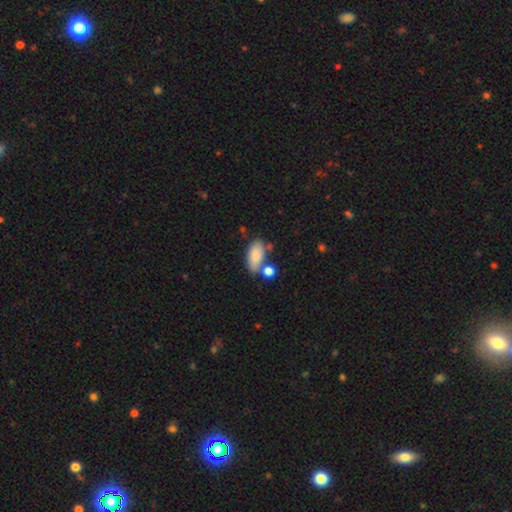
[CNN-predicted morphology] This appears to be a smooth galaxy with no disk features (84%) that is in between round and cigar-shaped (90%). Merging: none (56%).